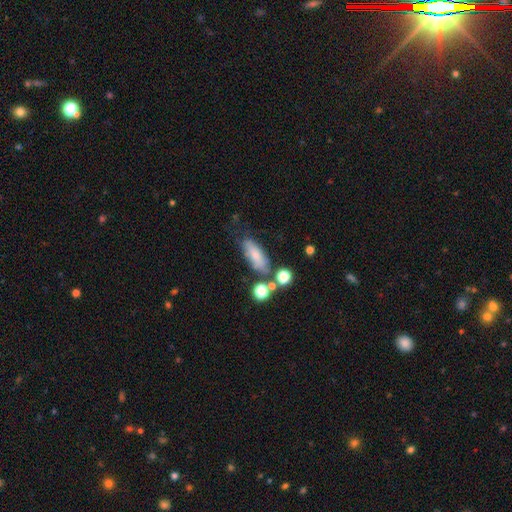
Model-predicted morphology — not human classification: Overall: smooth (72%). How rounded: in between (66%; cigar-shaped 30%). Merging: none (57%; minor disturbance 21%).